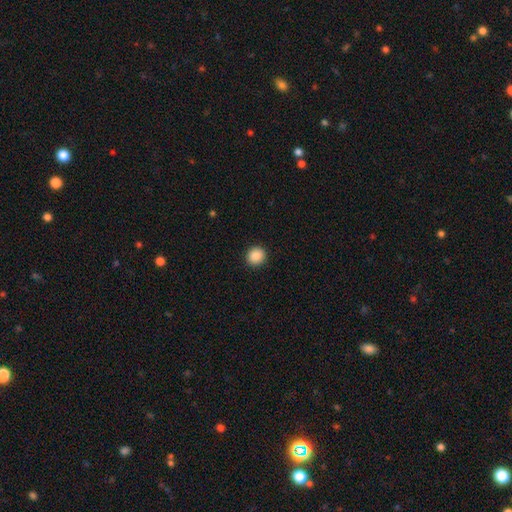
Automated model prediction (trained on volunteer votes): This is clearly a smooth galaxy (89%). How rounded: clearly round (87%). Merging: clearly none (92%).